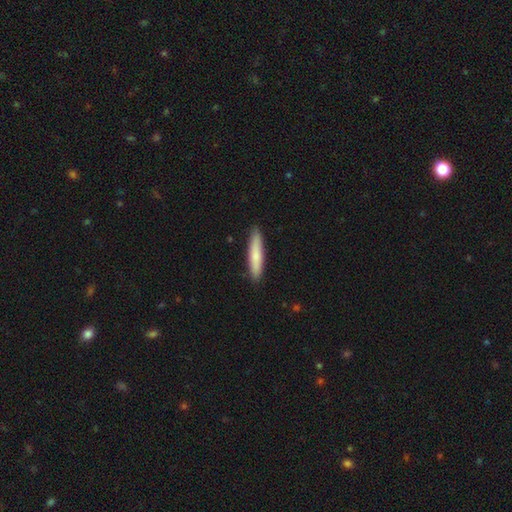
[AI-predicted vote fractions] Smooth or featured? smooth (77%)
How rounded? cigar-shaped (89%)
Merging? none (90%)